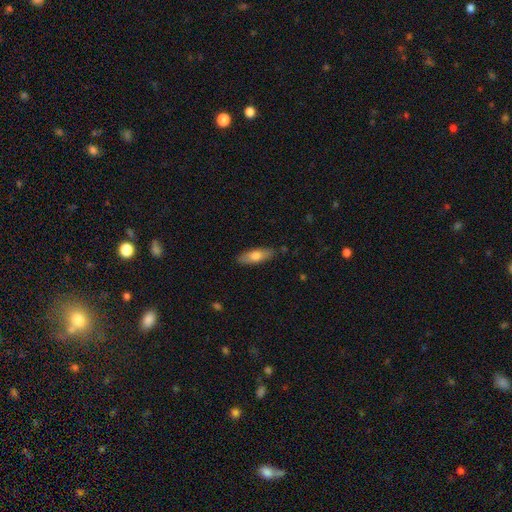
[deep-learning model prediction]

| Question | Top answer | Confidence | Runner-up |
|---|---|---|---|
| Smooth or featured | smooth | 71% | featured or disk (23%) |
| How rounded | in between | 63% | cigar-shaped (34%) |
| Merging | none | 85% | minor disturbance (12%) |